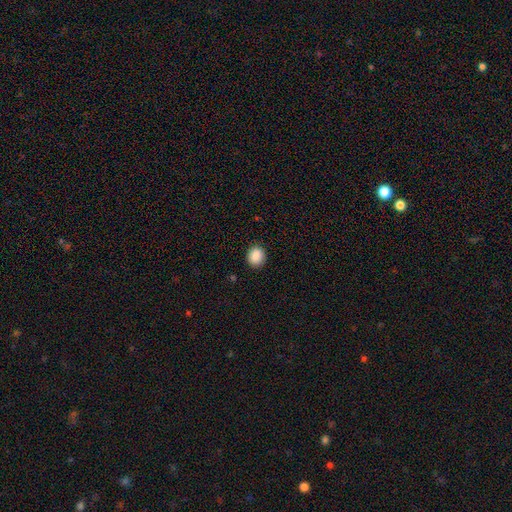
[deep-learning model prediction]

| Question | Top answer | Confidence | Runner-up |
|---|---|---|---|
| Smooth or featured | smooth | 89% | star or artifact (8%) |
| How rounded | round | 69% | in between (30%) |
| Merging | none | 90% | minor disturbance (7%) |